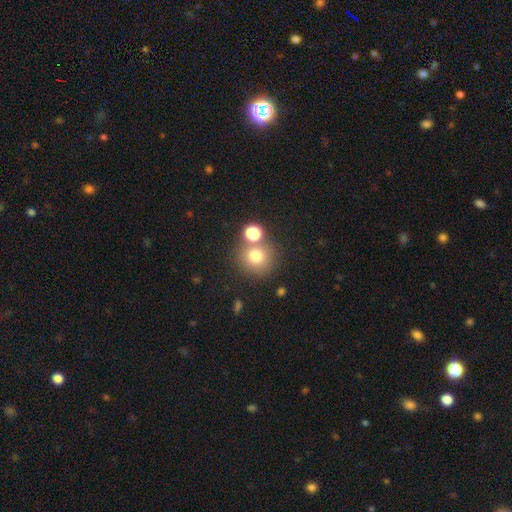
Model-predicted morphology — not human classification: type=smooth (75%); roundness=round (90%); merging=none (67%).